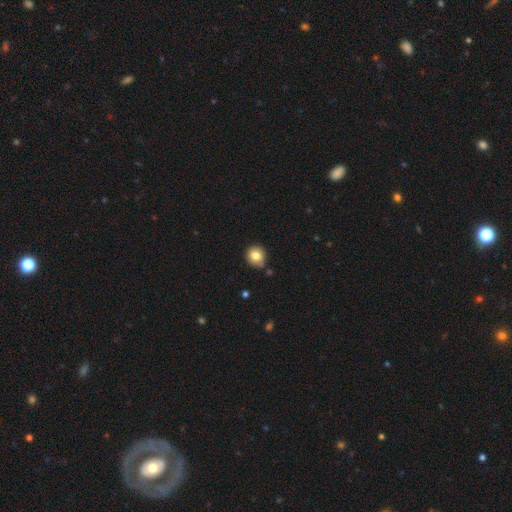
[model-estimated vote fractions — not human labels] smooth 81%, star or artifact 10%, featured or disk 9%. Down the decision tree: how rounded — round (88%); merging — none (78%).